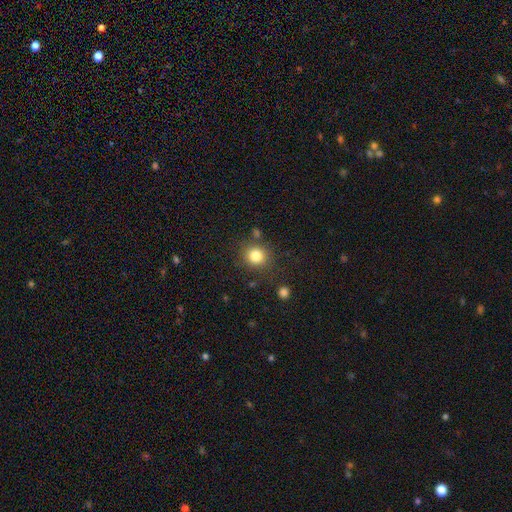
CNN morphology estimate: A smooth galaxy with no disk features (82%) that is round (86%).

Vote fractions:
- Smooth or featured? smooth: 82% / star or artifact: 11% / featured or disk: 6%
- How rounded? round: 86% / in between: 13% / cigar-shaped: 1%
- Merging? none: 81% / minor disturbance: 10% / merger: 5% / major disturbance: 4%